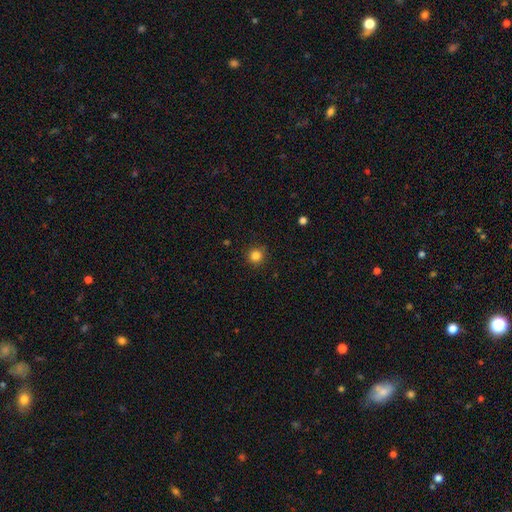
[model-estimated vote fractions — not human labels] smooth_or_featured: smooth (p=0.83) [alt: star or artifact p=0.12]
how_rounded: round (p=0.94) [alt: in between p=0.05]
merging: none (p=0.89) [alt: minor disturbance p=0.07]